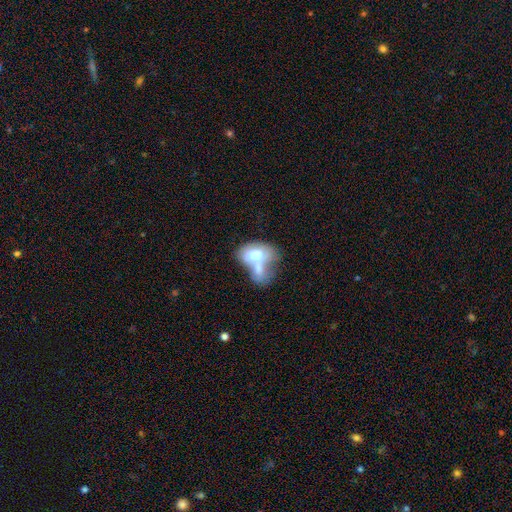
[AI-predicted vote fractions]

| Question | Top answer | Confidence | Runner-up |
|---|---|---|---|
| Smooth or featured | smooth | 59% | featured or disk (34%) |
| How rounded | in between | 84% | round (14%) |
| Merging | merger | 70% | major disturbance (12%) |